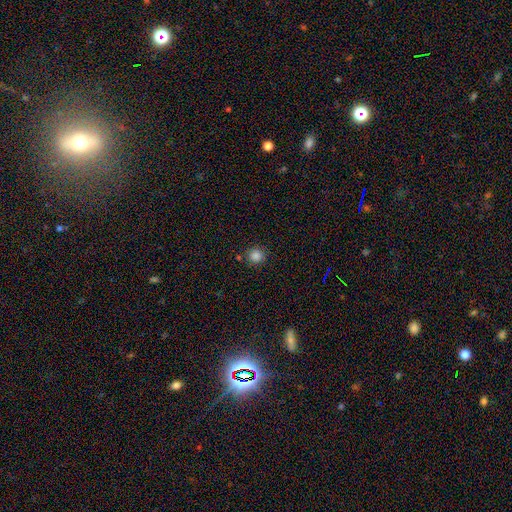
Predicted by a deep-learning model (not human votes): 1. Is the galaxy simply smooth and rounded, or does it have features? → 84% smooth, 12% star or artifact, 4% featured or disk.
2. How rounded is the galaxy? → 92% round, 8% in between, 1% cigar-shaped.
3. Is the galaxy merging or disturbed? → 86% none, 8% minor disturbance, 4% merger, 2% major disturbance.